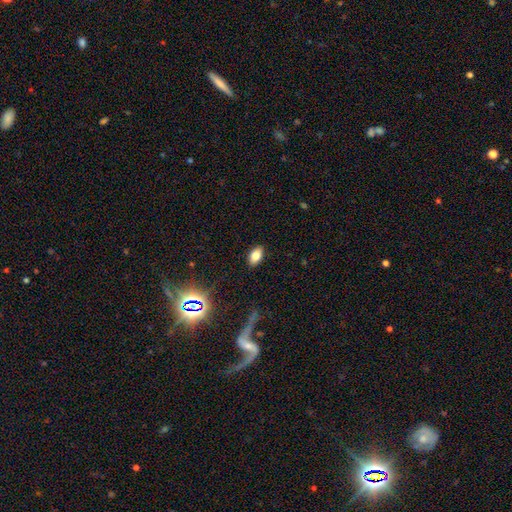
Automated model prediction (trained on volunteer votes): This is likely a smooth galaxy (77%). How rounded: clearly in between (91%). Merging: clearly none (88%).